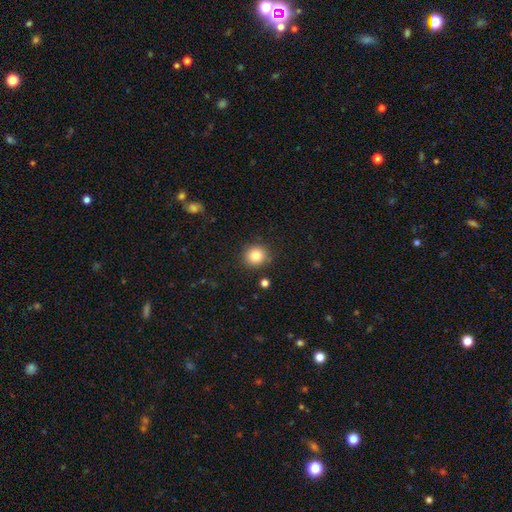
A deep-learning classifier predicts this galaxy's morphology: The model was most divided on "smooth or featured": smooth: 83%, star or artifact: 10%, featured or disk: 6%. More confident: how rounded — round (88%); merging — none (87%).